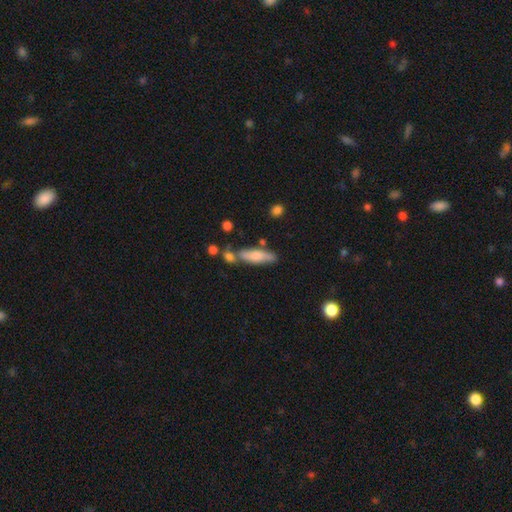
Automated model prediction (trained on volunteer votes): A smooth galaxy with no disk features (70%) that is cigar-shaped (59%).

Vote fractions:
- Smooth or featured? smooth: 70% / featured or disk: 24% / star or artifact: 6%
- How rounded? cigar-shaped: 59% / in between: 39% / round: 2%
- Merging? none: 64% / minor disturbance: 17% / merger: 15% / major disturbance: 4%